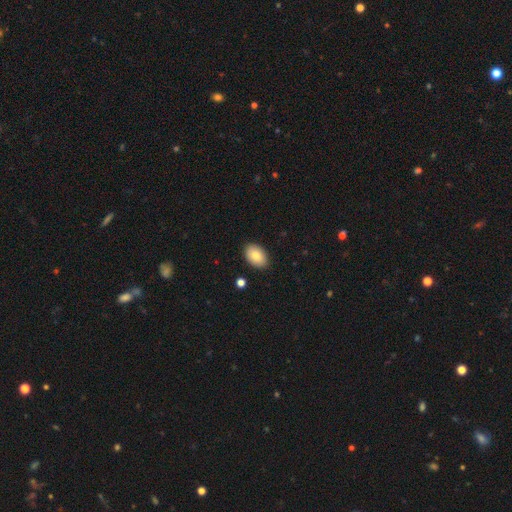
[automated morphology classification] Overall: smooth (84%). How rounded: in between (90%). Merging: none (89%).